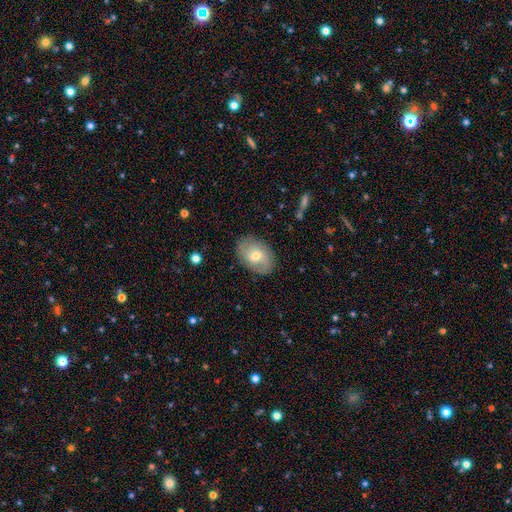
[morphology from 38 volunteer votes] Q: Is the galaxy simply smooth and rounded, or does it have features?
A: smooth — 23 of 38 (61%).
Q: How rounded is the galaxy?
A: in between — 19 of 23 (83%).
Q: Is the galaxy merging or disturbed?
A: none — 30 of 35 (86%).